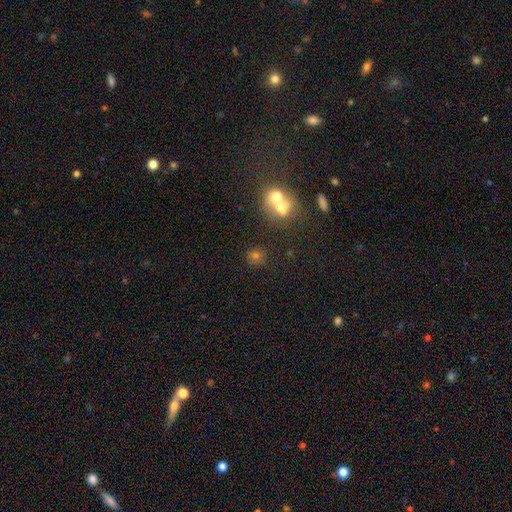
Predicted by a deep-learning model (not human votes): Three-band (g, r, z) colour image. It shows a smooth galaxy with no disk features (67%) that is round (85%). Merging: none (65%).